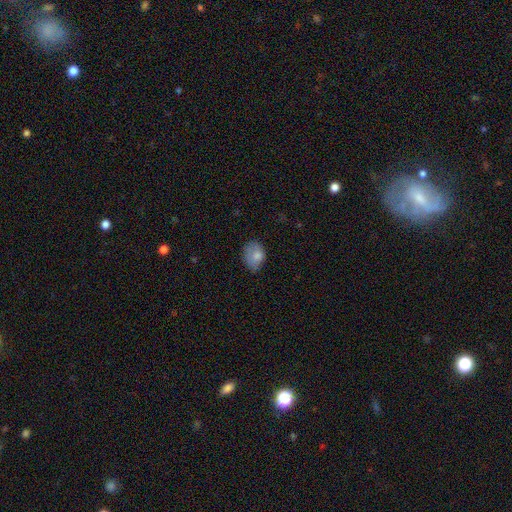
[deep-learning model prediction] Q: Smooth or featured?
A: smooth (79%); runner-up: featured or disk (13%)
Q: How rounded?
A: in between (66%); runner-up: round (33%)
Q: Merging?
A: none (54%); runner-up: minor disturbance (34%)